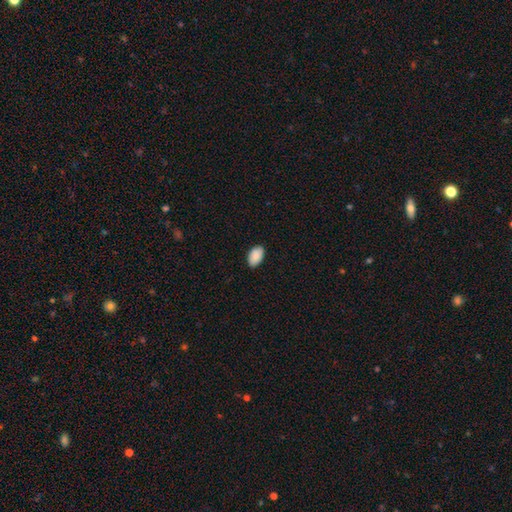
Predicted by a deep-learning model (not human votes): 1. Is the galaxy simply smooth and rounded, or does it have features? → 90% smooth, 6% star or artifact, 4% featured or disk.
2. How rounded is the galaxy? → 94% in between, 5% round, 1% cigar-shaped.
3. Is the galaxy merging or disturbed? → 85% none, 12% minor disturbance, 2% major disturbance, 1% merger.